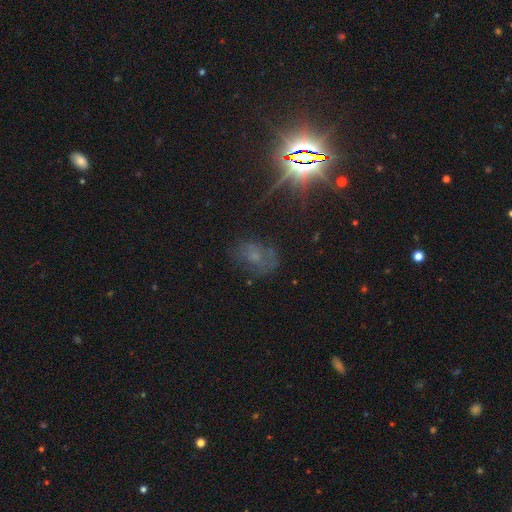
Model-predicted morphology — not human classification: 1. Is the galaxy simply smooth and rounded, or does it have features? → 40% star or artifact, 31% smooth, 29% featured or disk.